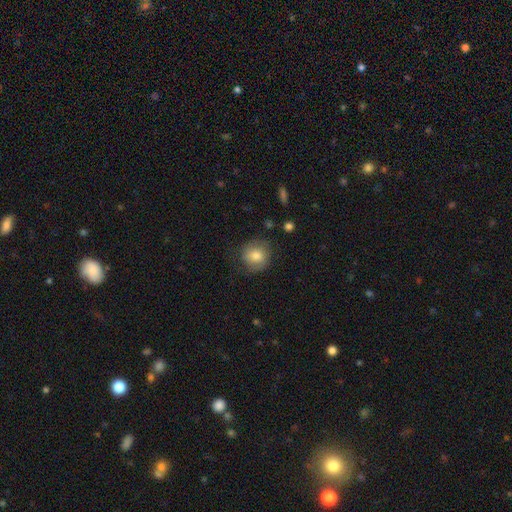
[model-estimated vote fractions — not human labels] Smooth or featured? smooth (76%)
How rounded? round (81%)
Merging? none (73%)